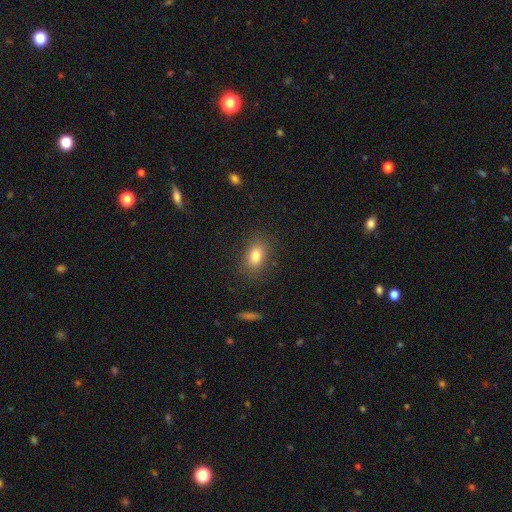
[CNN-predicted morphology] Q: Smooth or featured?
A: smooth (81%); runner-up: star or artifact (10%)
Q: How rounded?
A: in between (79%); runner-up: round (19%)
Q: Merging?
A: none (84%); runner-up: minor disturbance (11%)